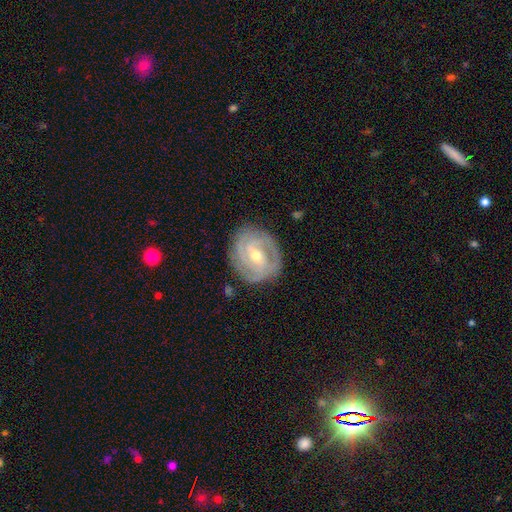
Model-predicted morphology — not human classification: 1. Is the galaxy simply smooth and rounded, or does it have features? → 88% featured or disk, 7% smooth, 5% star or artifact.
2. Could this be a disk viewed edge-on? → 97% no, 3% yes.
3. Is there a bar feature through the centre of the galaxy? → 45% weak, 34% no, 21% strong.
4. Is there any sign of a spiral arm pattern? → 97% yes, 3% no.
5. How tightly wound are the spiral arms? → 70% tight, 25% medium, 4% loose.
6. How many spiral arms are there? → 39% 3, 27% 2, 15% can't tell, 10% 4, 5% 1, 4% more than 4.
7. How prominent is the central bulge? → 56% moderate, 41% small, 1% large, 1% none, 1% dominant.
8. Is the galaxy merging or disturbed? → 82% none, 13% minor disturbance, 3% major disturbance, 1% merger.